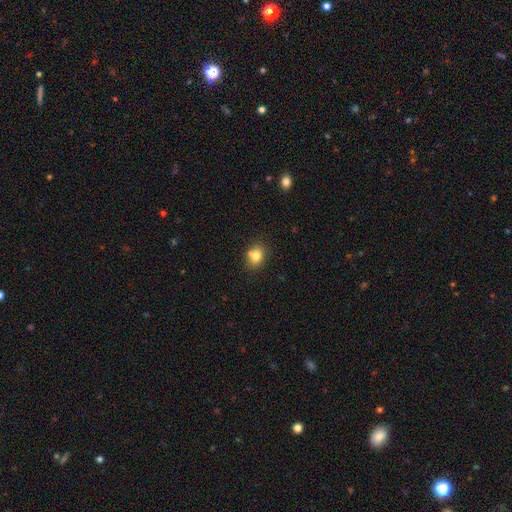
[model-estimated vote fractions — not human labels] Overall: smooth (79%). How rounded: round (55%; in between 44%). Merging: none (68%).